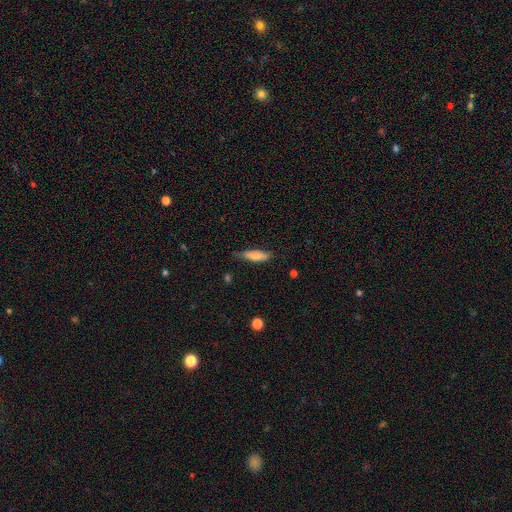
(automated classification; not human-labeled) Smooth or featured: smooth — 73% (featured or disk — 20%)
How rounded: cigar-shaped — 59% (in between — 39%)
Merging: none — 68% (minor disturbance — 25%)